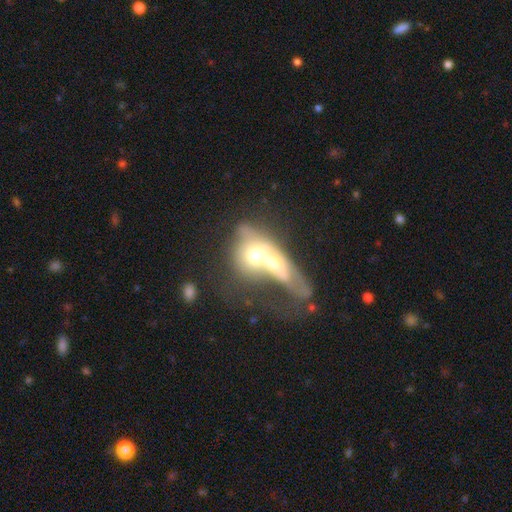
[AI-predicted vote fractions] smooth-or-featured: featured or disk: 47% | smooth: 44% | star or artifact: 9%
  merging: merger: 78% | major disturbance: 11% | none: 6% | minor disturbance: 4%